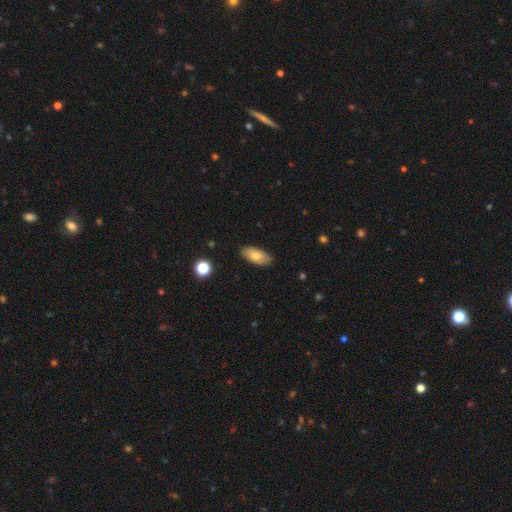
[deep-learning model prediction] Overall: smooth (76%). How rounded: in between (90%). Merging: none (86%).